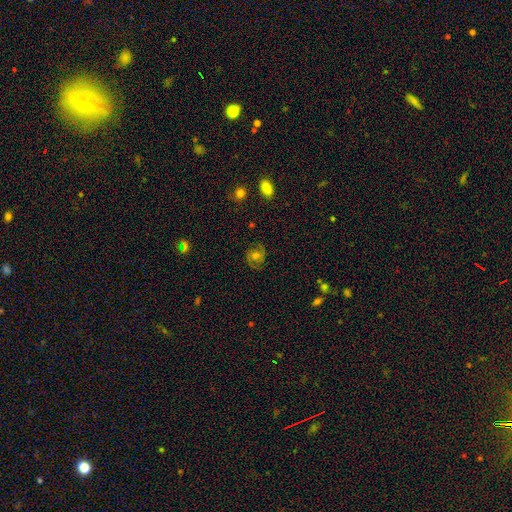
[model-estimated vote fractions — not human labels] Smooth or featured? featured or disk (60%)
Edge-on disk? no (97%)
Bar? no (66%)
Spiral arms? yes (88%)
Spiral winding? medium (46%)
Spiral arm count? 2 (81%)
Bulge size? moderate (65%)
Merging? none (80%)